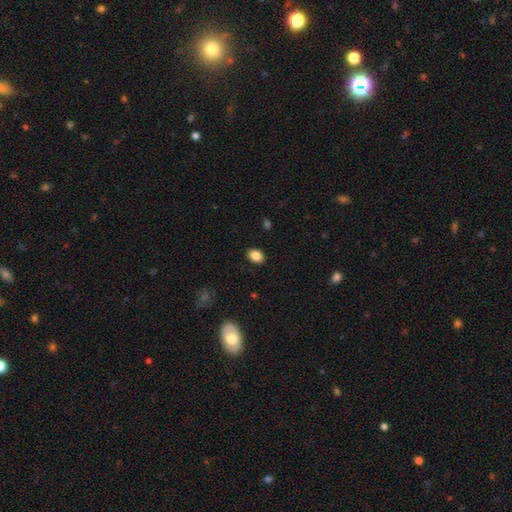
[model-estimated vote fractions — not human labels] A smooth galaxy with no disk features (86%) that is in between round and cigar-shaped (72%). Merging: none (89%).